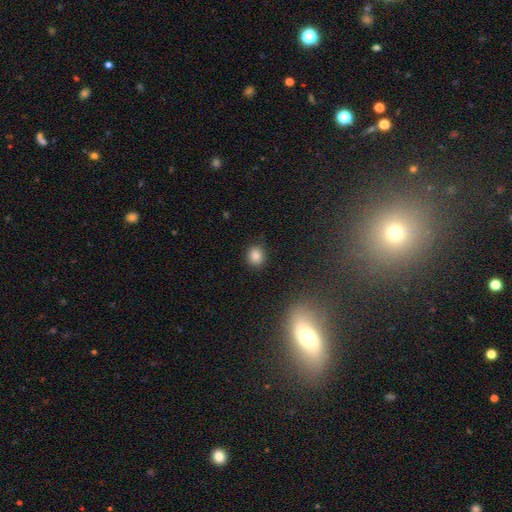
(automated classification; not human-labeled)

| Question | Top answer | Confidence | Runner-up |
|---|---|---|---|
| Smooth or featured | smooth | 85% | star or artifact (11%) |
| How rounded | round | 78% | in between (21%) |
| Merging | none | 87% | minor disturbance (9%) |